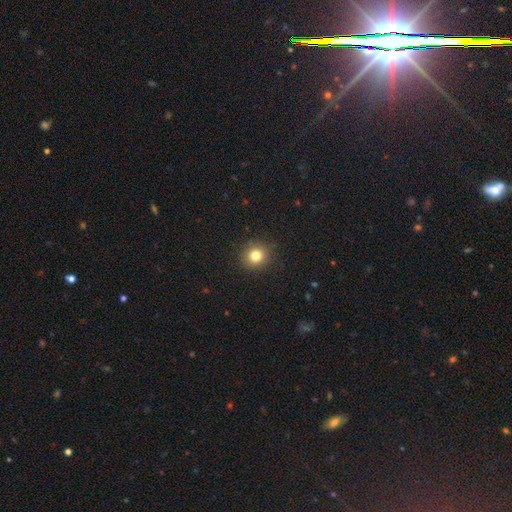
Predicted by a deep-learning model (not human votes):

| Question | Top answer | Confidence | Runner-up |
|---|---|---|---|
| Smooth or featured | smooth | 80% | star or artifact (13%) |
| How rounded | round | 86% | in between (13%) |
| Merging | none | 90% | minor disturbance (6%) |